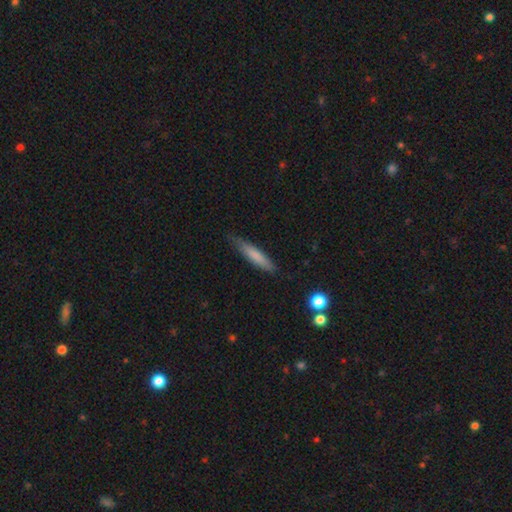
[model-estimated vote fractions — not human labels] smooth_or_featured: smooth (p=0.76) [alt: featured or disk p=0.19]
how_rounded: cigar-shaped (p=0.87) [alt: in between p=0.12]
merging: none (p=0.77) [alt: minor disturbance p=0.18]